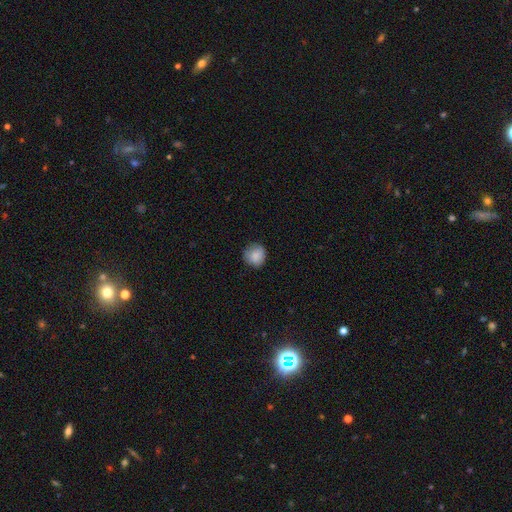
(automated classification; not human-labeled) A smooth galaxy with no disk features (85%) that is round (87%).

Vote fractions:
- Smooth or featured? smooth: 85% / star or artifact: 8% / featured or disk: 7%
- How rounded? round: 87% / in between: 12% / cigar-shaped: 1%
- Merging? none: 76% / minor disturbance: 18% / major disturbance: 4% / merger: 1%